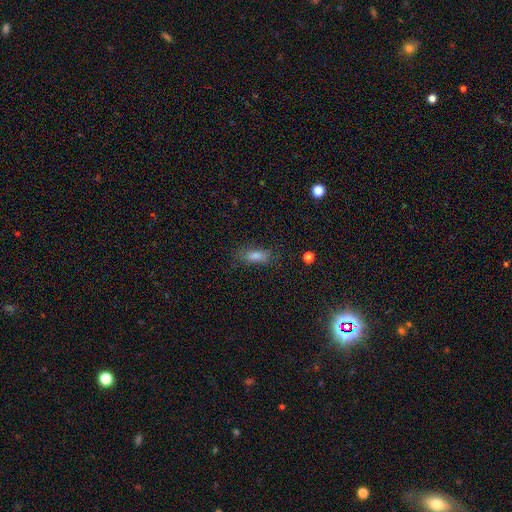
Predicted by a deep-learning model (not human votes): Smooth or featured: smooth — 70% (star or artifact — 18%)
How rounded: in between — 64% (cigar-shaped — 31%)
Merging: none — 76% (minor disturbance — 16%)